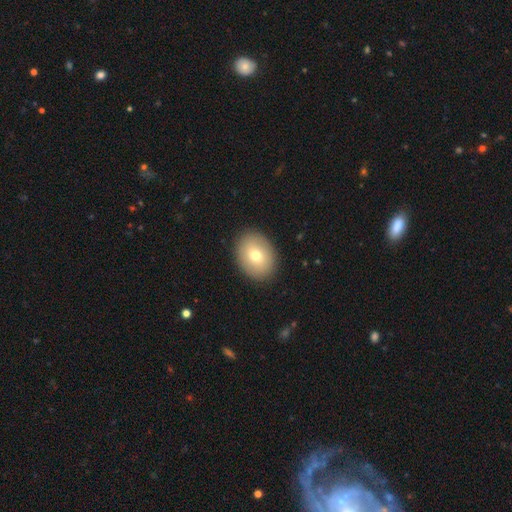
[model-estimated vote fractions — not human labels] A smooth galaxy with no disk features (73%) that is in between round and cigar-shaped (59%). Merging: none (90%).